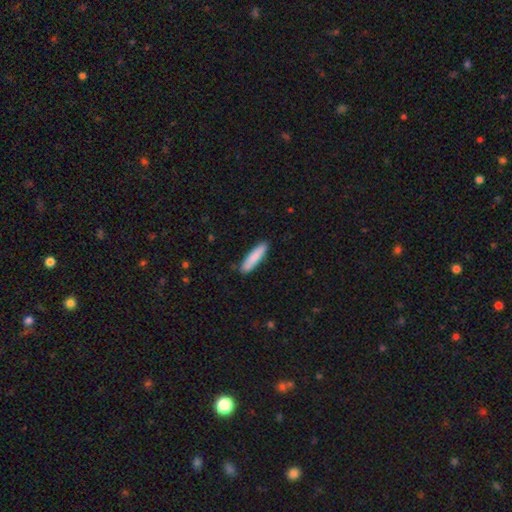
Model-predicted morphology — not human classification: The model was most divided on "how rounded": cigar-shaped: 79%, in between: 20%, round: 1%. More confident: merging — none (87%); smooth or featured — smooth (85%).